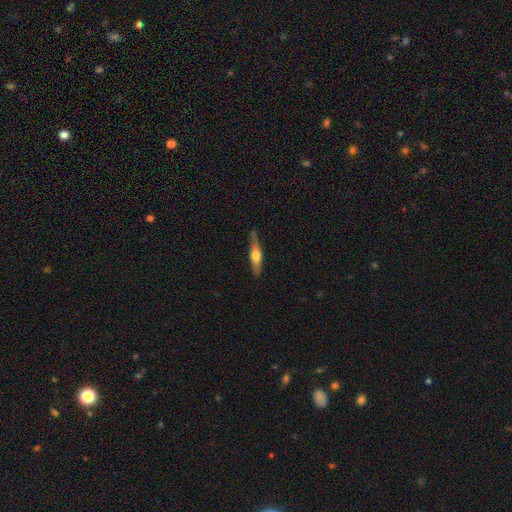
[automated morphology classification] This appears to be a featured or disk galaxy (57%) viewed edge-on (93%) with a rounded central bulge (91%). Merging: none (74%).